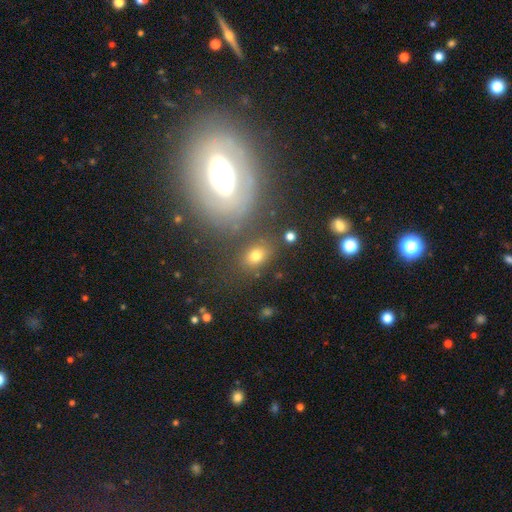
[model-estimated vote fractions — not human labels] Morphology: type=smooth (74%); roundness=in between (73%); merging=none (77%).